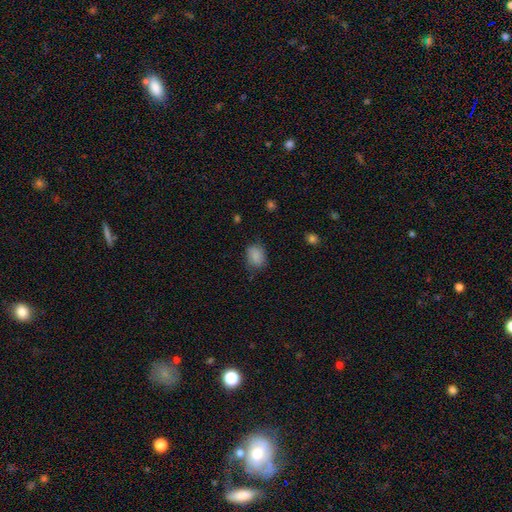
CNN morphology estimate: A smooth galaxy with no disk features (84%) that is in between round and cigar-shaped (58%).

Vote fractions:
- Smooth or featured? smooth: 84% / star or artifact: 9% / featured or disk: 7%
- How rounded? in between: 58% / round: 41% / cigar-shaped: 1%
- Merging? none: 69% / minor disturbance: 24% / major disturbance: 6% / merger: 1%